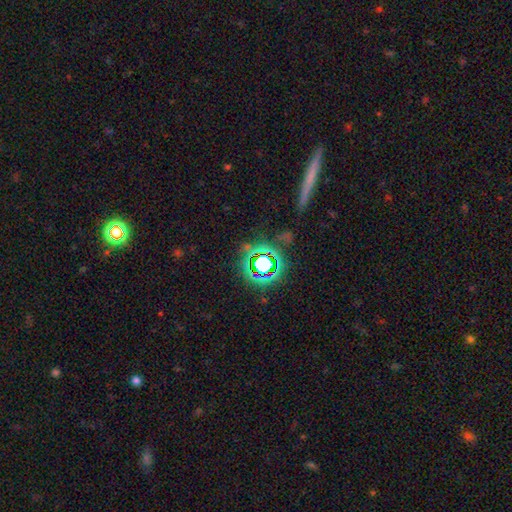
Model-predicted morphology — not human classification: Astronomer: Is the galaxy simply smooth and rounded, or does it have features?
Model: star or artifact — 67%.